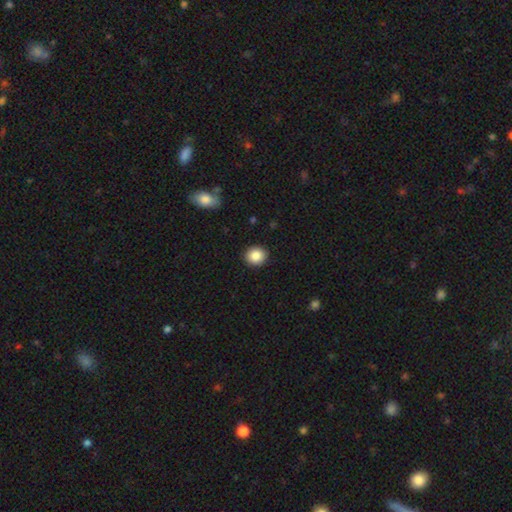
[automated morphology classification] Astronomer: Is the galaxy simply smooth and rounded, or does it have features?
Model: smooth — 87%.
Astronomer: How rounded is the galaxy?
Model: round — 80%.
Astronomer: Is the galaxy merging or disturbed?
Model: none — 91%.